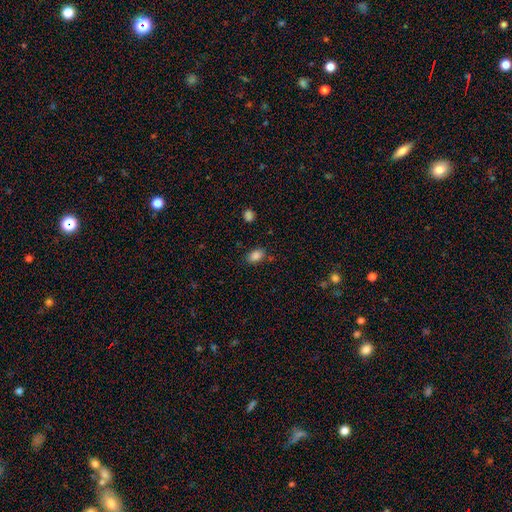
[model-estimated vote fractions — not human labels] This is clearly a smooth galaxy (86%). How rounded: clearly in between (86%). Merging: clearly none (82%).